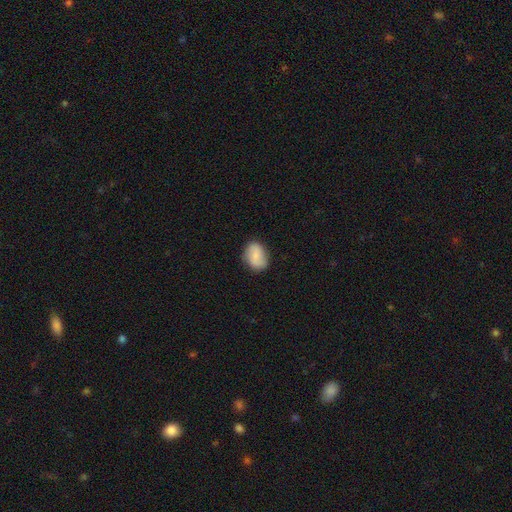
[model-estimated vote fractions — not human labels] This appears to be a smooth galaxy with no disk features (66%) that is in between round and cigar-shaped (70%). Merging: none (78%).